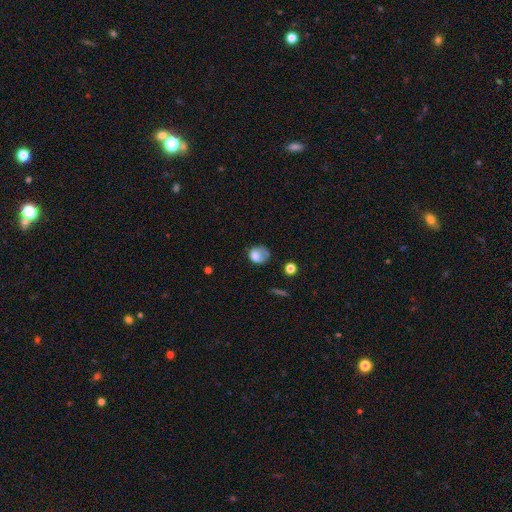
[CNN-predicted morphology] A smooth galaxy with no disk features (72%) that is round (55%).

Vote fractions:
- Smooth or featured? smooth: 72% / featured or disk: 17% / star or artifact: 11%
- How rounded? round: 55% / in between: 44% / cigar-shaped: 1%
- Merging? none: 36% / minor disturbance: 31% / major disturbance: 28% / merger: 5%